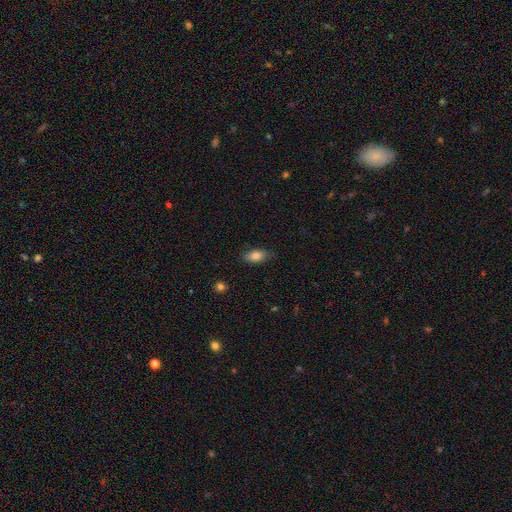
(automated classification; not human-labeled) Q: Smooth or featured?
A: smooth (82%); runner-up: featured or disk (10%)
Q: How rounded?
A: in between (87%); runner-up: cigar-shaped (7%)
Q: Merging?
A: none (78%); runner-up: minor disturbance (17%)